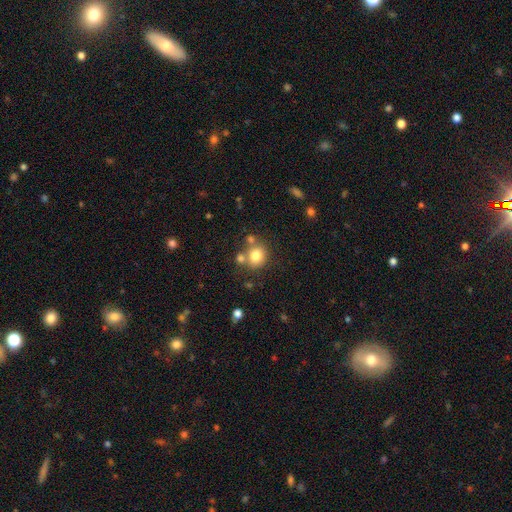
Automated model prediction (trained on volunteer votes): smooth 79%, star or artifact 11%, featured or disk 10%. Down the decision tree: how rounded — round (81%); merging — none (64%).